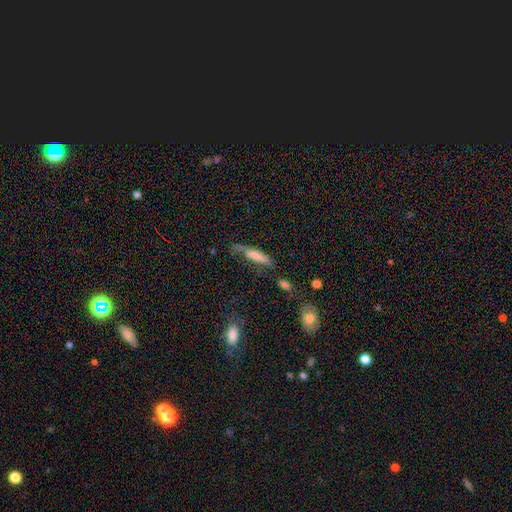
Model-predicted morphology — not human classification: Overall: smooth (68%). How rounded: cigar-shaped (74%). Merging: none (42%; minor disturbance 30%).